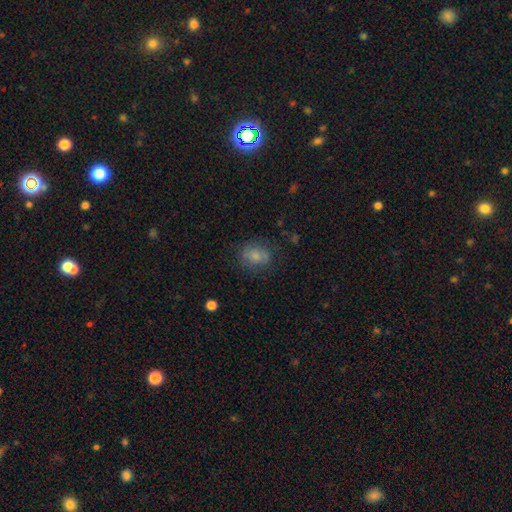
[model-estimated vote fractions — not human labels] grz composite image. It shows a smooth galaxy with no disk features (74%) that is in between round and cigar-shaped (56%). Merging: none (69%).